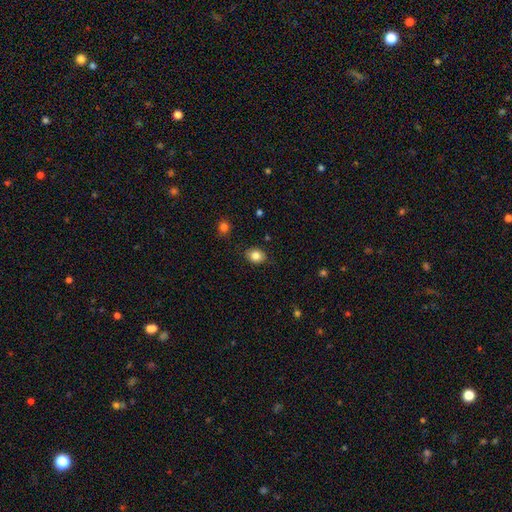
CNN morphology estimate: Smooth or featured? smooth (84%)
How rounded? in between (55%)
Merging? none (83%)